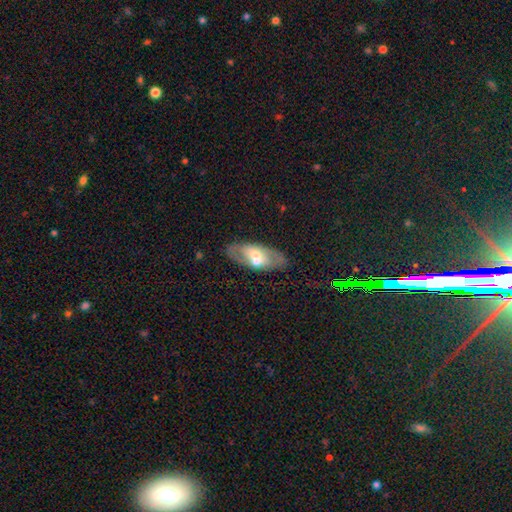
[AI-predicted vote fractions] This appears to be a featured or disk galaxy (53%). Merging: none (66%).